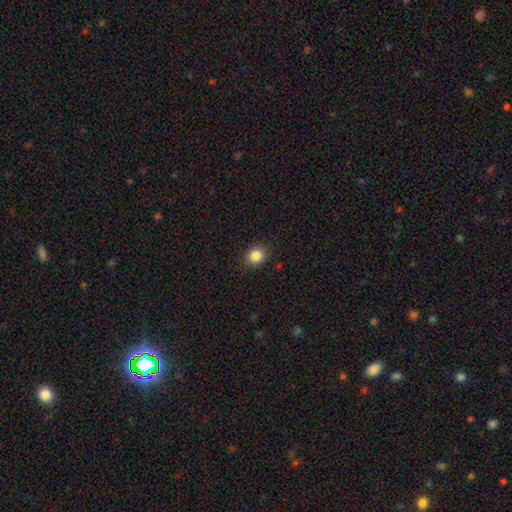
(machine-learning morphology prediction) A smooth galaxy with no disk features (85%) that is round (60%).

Vote fractions:
- Smooth or featured? smooth: 85% / star or artifact: 10% / featured or disk: 5%
- How rounded? round: 60% / in between: 39% / cigar-shaped: 1%
- Merging? none: 87% / minor disturbance: 10% / major disturbance: 2% / merger: 1%